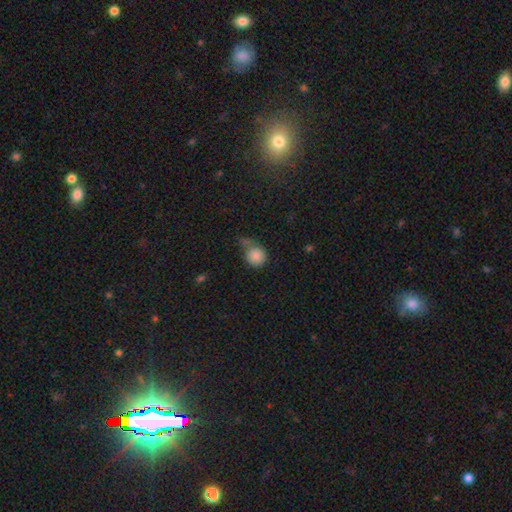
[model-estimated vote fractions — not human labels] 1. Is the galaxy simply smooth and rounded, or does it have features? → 85% smooth, 9% star or artifact, 6% featured or disk.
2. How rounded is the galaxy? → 84% round, 15% in between, 1% cigar-shaped.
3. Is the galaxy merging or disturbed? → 46% none, 21% minor disturbance, 21% merger, 11% major disturbance.